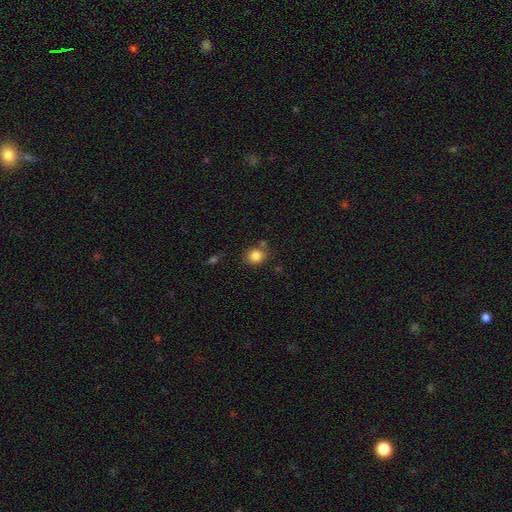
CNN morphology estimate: Smooth or featured? Predicted: smooth (p=0.84). How rounded? Predicted: round (p=0.75). Merging? Predicted: none (p=0.75).